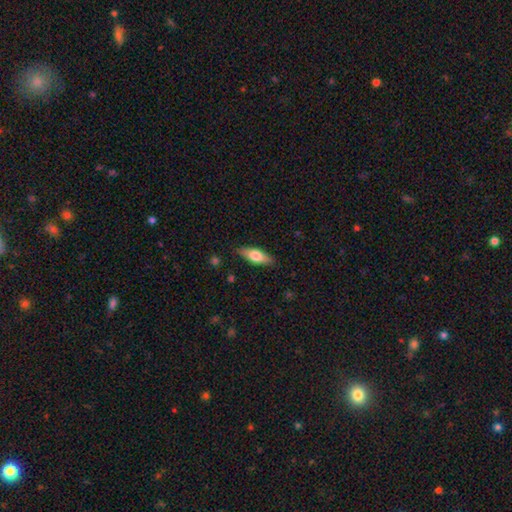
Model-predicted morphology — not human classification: smooth_or_featured: smooth (p=0.62) [alt: featured or disk p=0.32]
how_rounded: in between (p=0.63) [alt: cigar-shaped p=0.35]
merging: none (p=0.86) [alt: minor disturbance p=0.10]